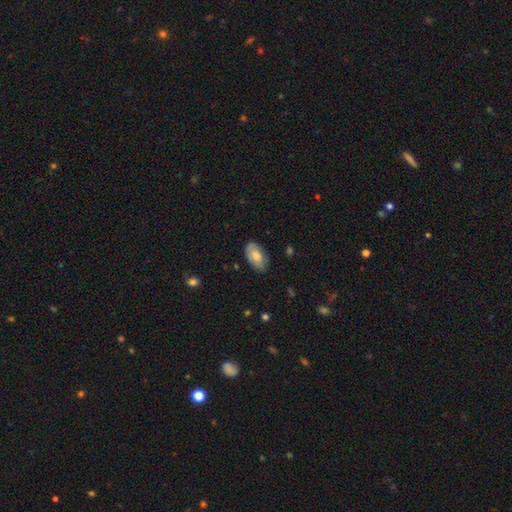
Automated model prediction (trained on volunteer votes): Smooth or featured: smooth — 74% (featured or disk — 20%)
How rounded: in between — 94% (round — 4%)
Merging: none — 81% (minor disturbance — 15%)